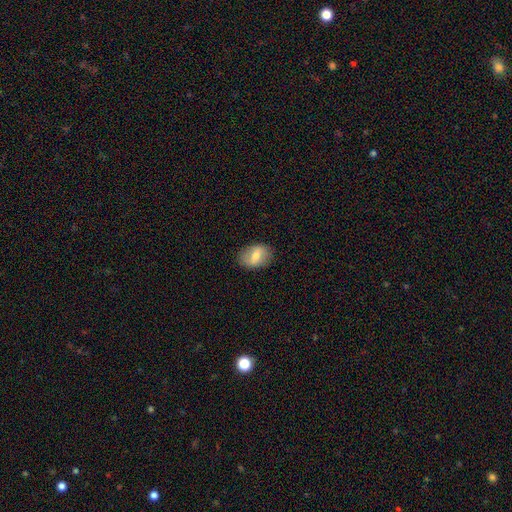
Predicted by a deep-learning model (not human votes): Overall: smooth (58%; featured or disk 35%). How rounded: in between (79%). Merging: none (84%).